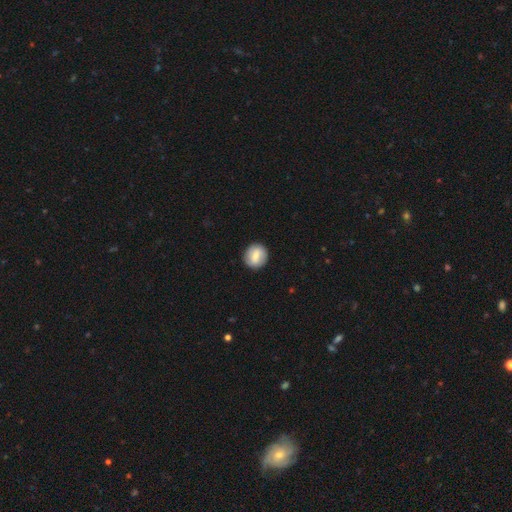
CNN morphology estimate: Smooth or featured? smooth (67%)
How rounded? round (87%)
Merging? none (89%)